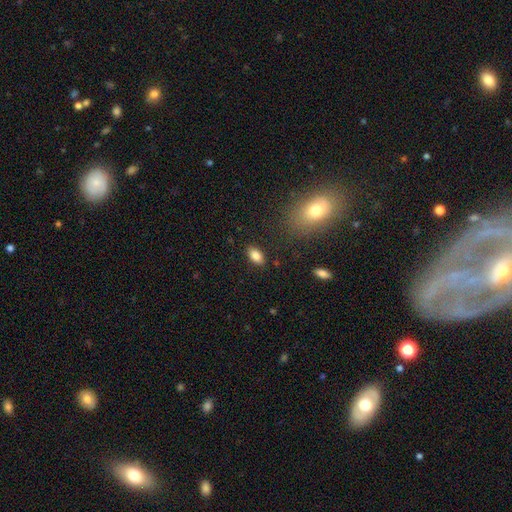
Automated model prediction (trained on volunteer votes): Smooth or featured? smooth (84%)
How rounded? in between (91%)
Merging? none (87%)